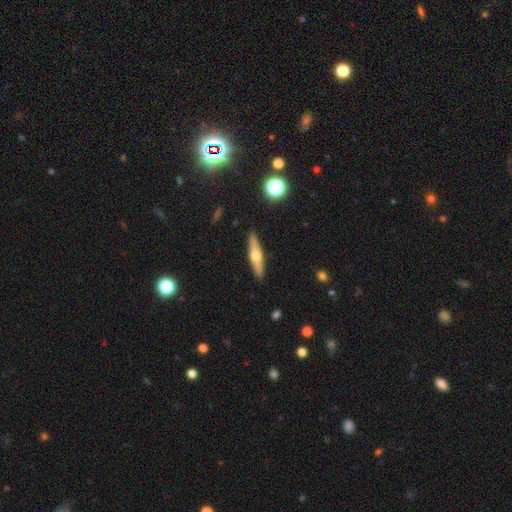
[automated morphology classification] Q: Smooth or featured?
A: featured or disk (56%); runner-up: smooth (38%)
Q: Edge-on disk?
A: yes (93%); runner-up: no (7%)
Q: Edge-on bulge?
A: rounded (93%); runner-up: none (4%)
Q: Merging?
A: none (90%); runner-up: minor disturbance (7%)